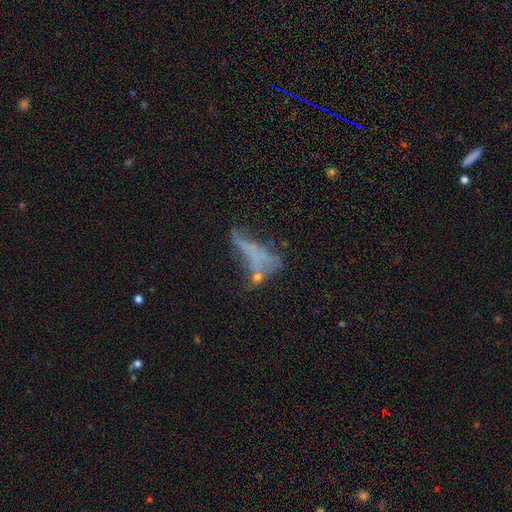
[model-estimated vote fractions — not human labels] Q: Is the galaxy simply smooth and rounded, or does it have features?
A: featured or disk — 46%.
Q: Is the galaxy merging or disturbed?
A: major disturbance — 38%.